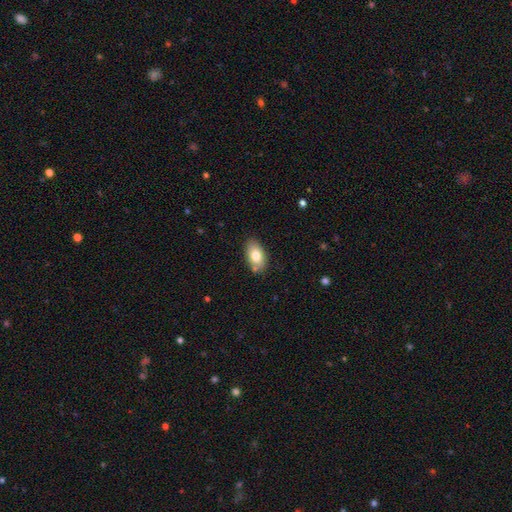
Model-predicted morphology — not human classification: The model was most divided on "smooth or featured": smooth: 78%, featured or disk: 15%, star or artifact: 7%. More confident: how rounded — in between (91%); merging — none (81%).